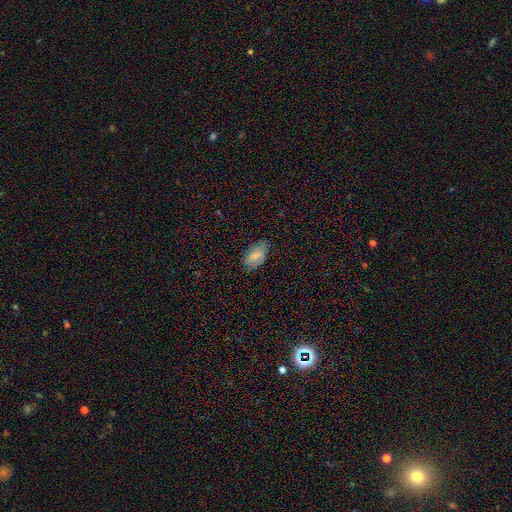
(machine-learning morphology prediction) Smooth or featured: smooth — 75% (featured or disk — 15%)
How rounded: in between — 93% (round — 5%)
Merging: none — 74% (minor disturbance — 21%)